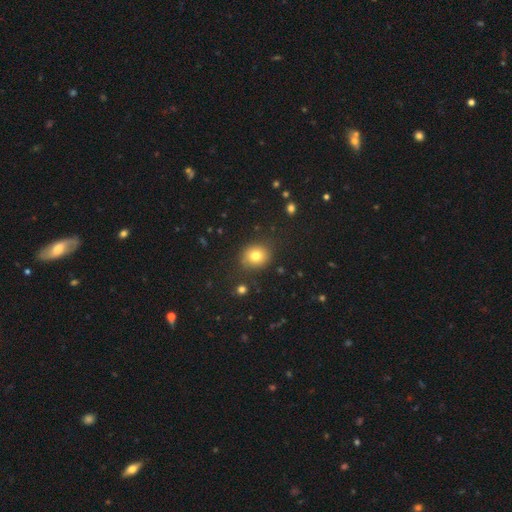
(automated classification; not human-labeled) Morphology: type=smooth (77%); roundness=round (74%); merging=none (85%).